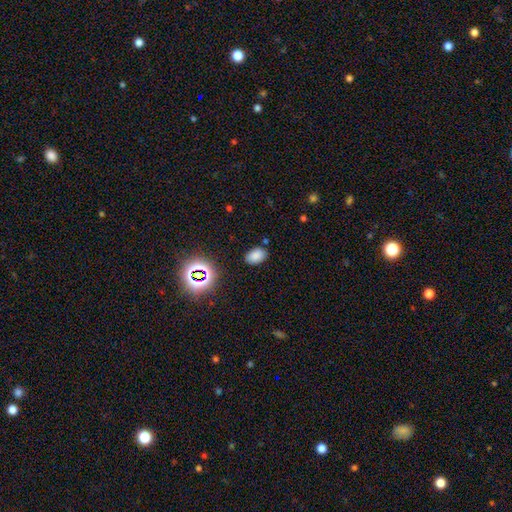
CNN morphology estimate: The model was most divided on "smooth or featured": smooth: 77%, star or artifact: 17%, featured or disk: 6%. More confident: how rounded — in between (87%); merging — none (84%).